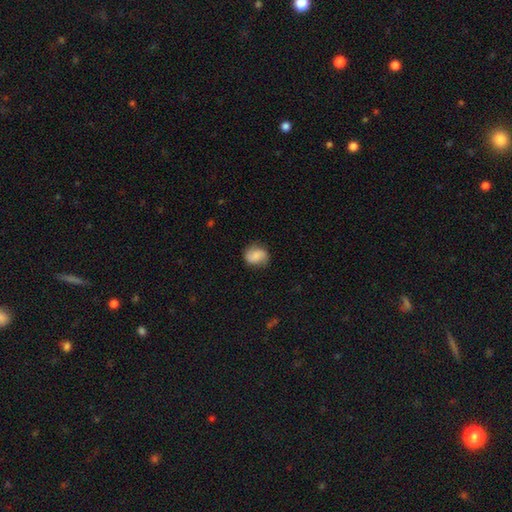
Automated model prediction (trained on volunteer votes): Smooth or featured? Predicted: smooth (p=0.53). How rounded? Predicted: round (p=0.61). Merging? Predicted: none (p=0.79).